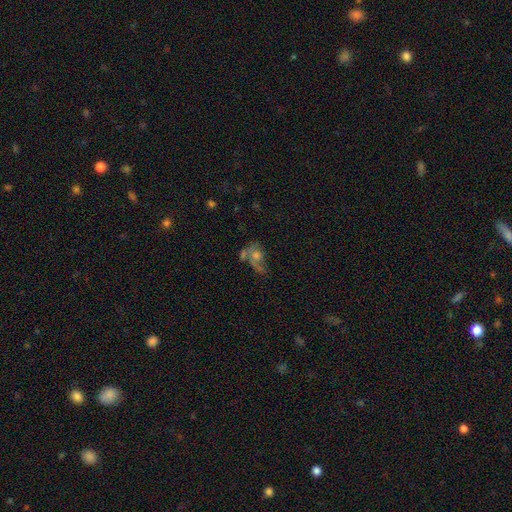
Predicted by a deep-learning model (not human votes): Smooth or featured: featured or disk — 48% (smooth — 34%)
Merging: major disturbance — 30% (tied with none — 30%)